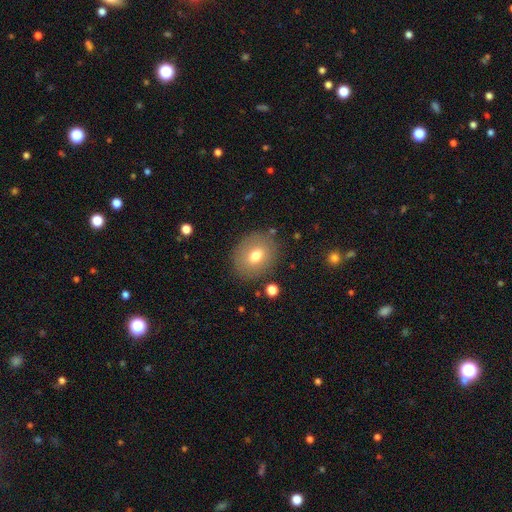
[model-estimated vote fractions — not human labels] smooth 71%, featured or disk 19%, star or artifact 10%. Down the decision tree: how rounded — round (56%); merging — none (83%).